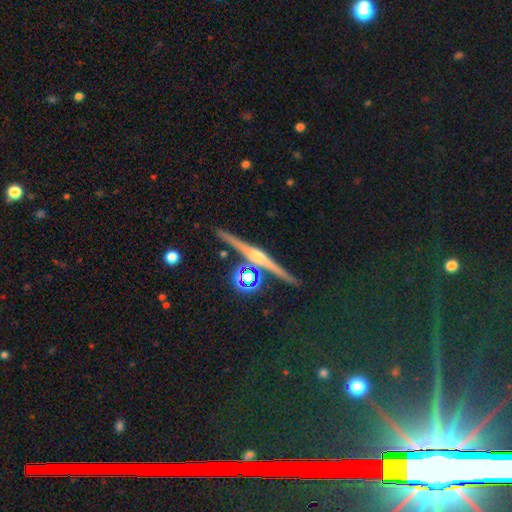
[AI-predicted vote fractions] smooth-or-featured: featured or disk: 80% | star or artifact: 11% | smooth: 9%
  disk-edge-on: yes: 97% | no: 3%
    edge-on-bulge: rounded: 88% | boxy: 7% | none: 5%
  merging: none: 86% | minor disturbance: 7% | merger: 5% | major disturbance: 2%